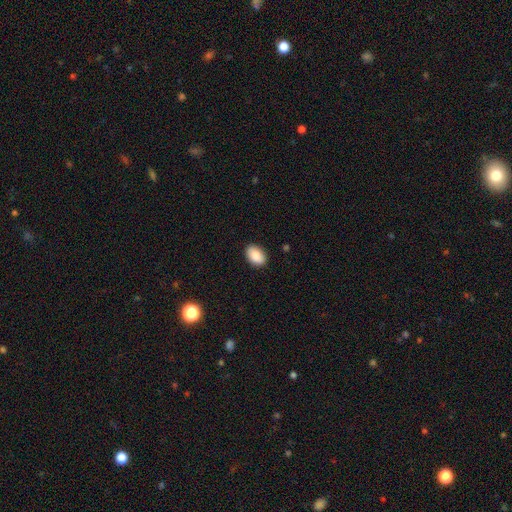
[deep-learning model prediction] Q: Smooth or featured?
A: smooth (87%); runner-up: star or artifact (7%)
Q: How rounded?
A: in between (87%); runner-up: round (11%)
Q: Merging?
A: none (89%); runner-up: minor disturbance (9%)